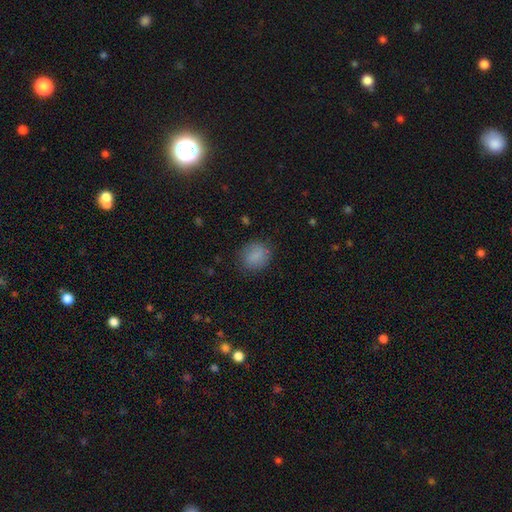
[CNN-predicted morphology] smooth_or_featured: smooth (p=0.83) [alt: star or artifact p=0.09]
how_rounded: round (p=0.66) [alt: in between p=0.32]
merging: none (p=0.79) [alt: minor disturbance p=0.15]